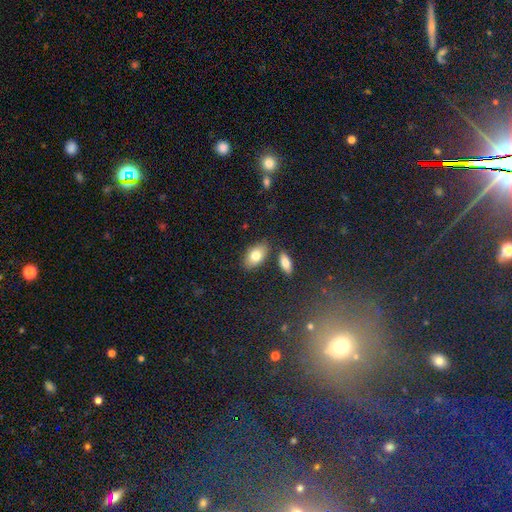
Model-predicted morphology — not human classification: Smooth or featured? smooth (79%)
How rounded? in between (92%)
Merging? none (78%)